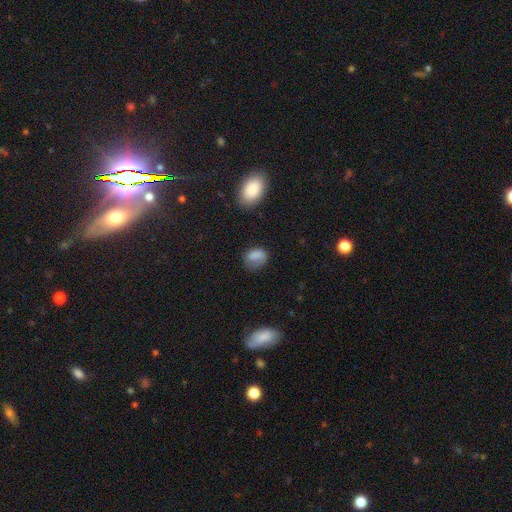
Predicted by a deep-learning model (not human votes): Overall: smooth (78%). How rounded: in between (58%; round 40%). Merging: none (56%; minor disturbance 27%).